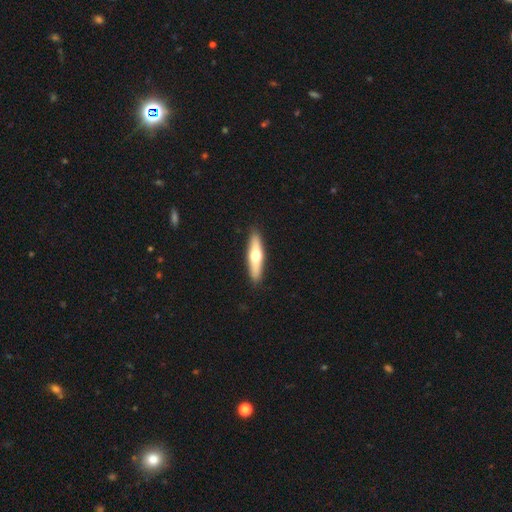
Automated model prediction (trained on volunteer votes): smooth_or_featured: smooth (p=0.49) [alt: featured or disk p=0.46]
merging: none (p=0.91) [alt: minor disturbance p=0.07]